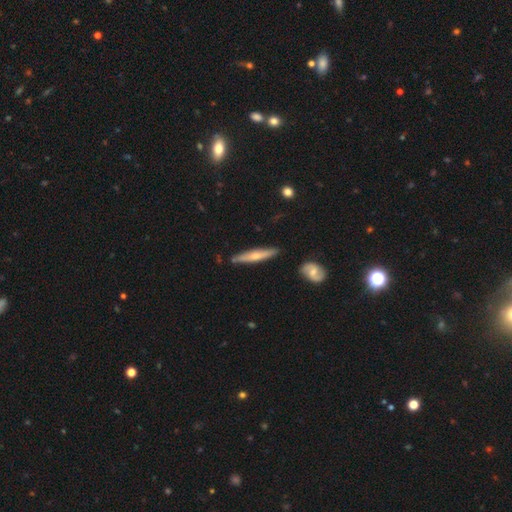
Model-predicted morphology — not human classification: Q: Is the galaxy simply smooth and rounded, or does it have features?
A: featured or disk — 49%.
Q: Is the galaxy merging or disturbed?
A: none — 85%.